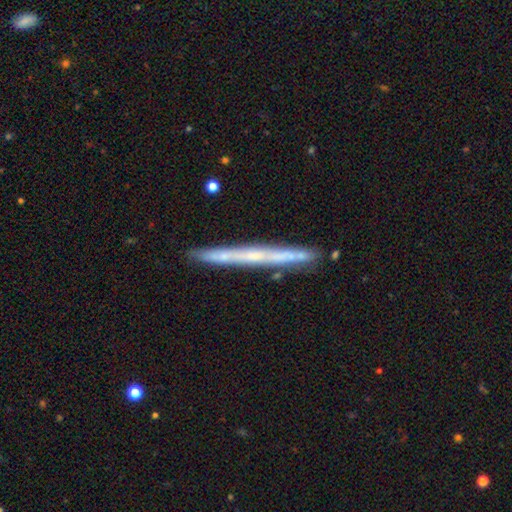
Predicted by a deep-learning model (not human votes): smooth-or-featured: featured or disk: 61% | smooth: 32% | star or artifact: 7%
  disk-edge-on: yes: 96% | no: 4%
    edge-on-bulge: none: 77% | rounded: 20% | boxy: 4%
  merging: none: 89% | minor disturbance: 8% | merger: 2% | major disturbance: 1%